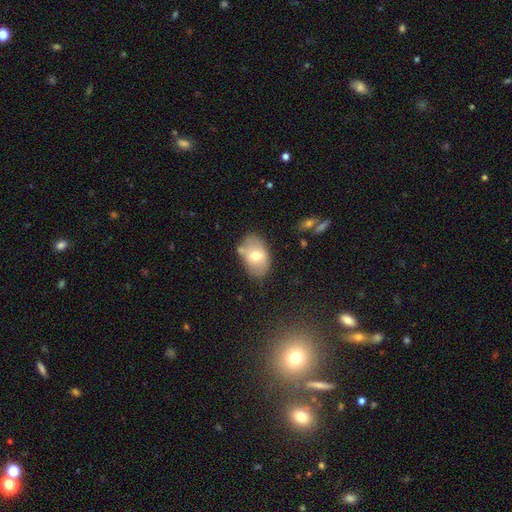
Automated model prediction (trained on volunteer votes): The model was most divided on "smooth or featured": smooth: 65%, featured or disk: 28%, star or artifact: 7%. More confident: how rounded — in between (86%); merging — none (69%).